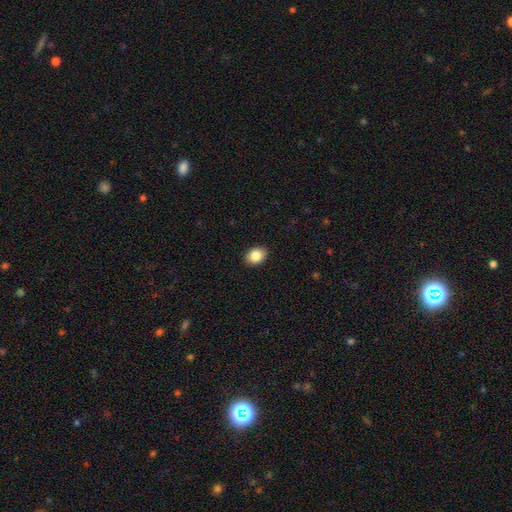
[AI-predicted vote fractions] Smooth or featured? smooth (86%)
How rounded? in between (67%)
Merging? none (90%)